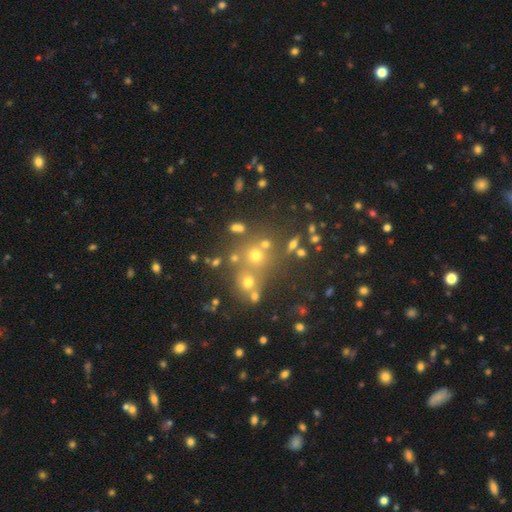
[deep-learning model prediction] Morphology: type=smooth (51%); roundness=round (85%); merging=none (61%).